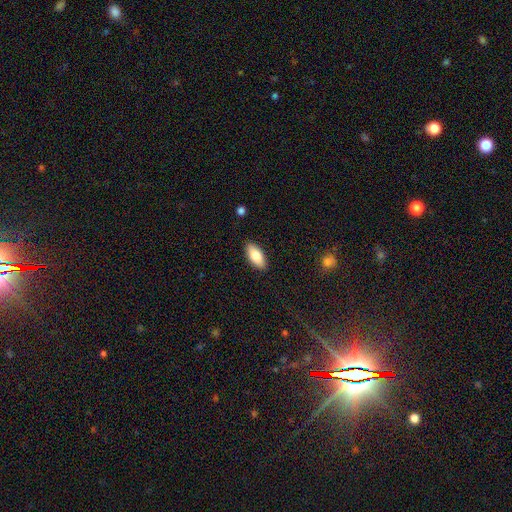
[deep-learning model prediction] A smooth galaxy with no disk features (81%) that is in between round and cigar-shaped (88%). Merging: none (89%).